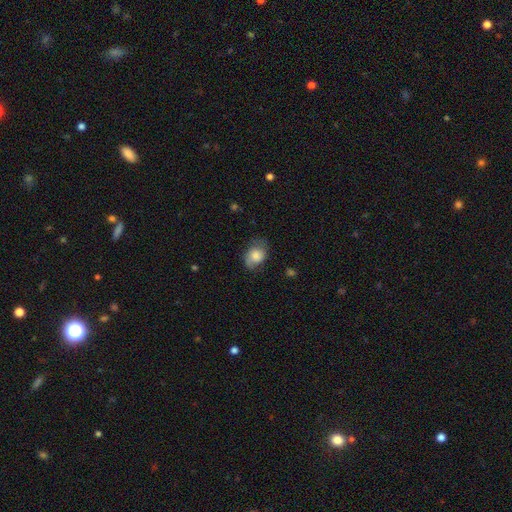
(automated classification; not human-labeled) Q: Smooth or featured?
A: smooth (66%); runner-up: featured or disk (25%)
Q: How rounded?
A: in between (67%); runner-up: round (32%)
Q: Merging?
A: none (61%); runner-up: minor disturbance (27%)